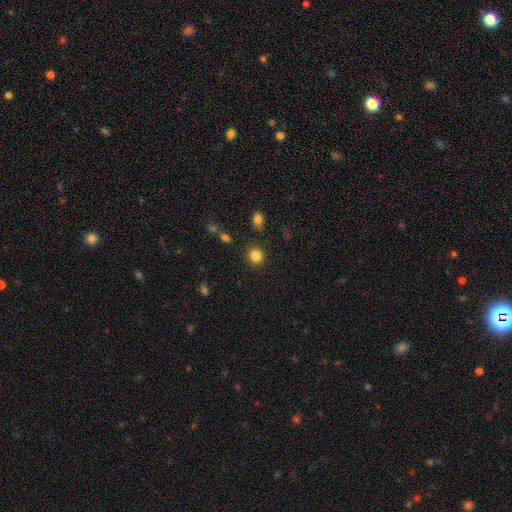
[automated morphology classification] Smooth or featured? Predicted: smooth (p=0.84). How rounded? Predicted: round (p=0.88). Merging? Predicted: none (p=0.88).